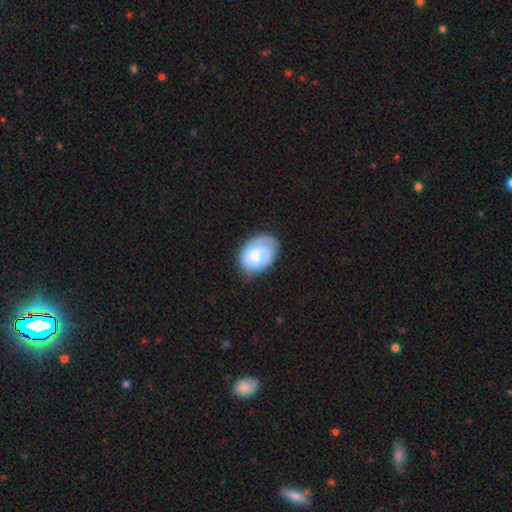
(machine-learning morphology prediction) A smooth galaxy with no disk features (52%) that is in between round and cigar-shaped (78%). Merging: none (61%).